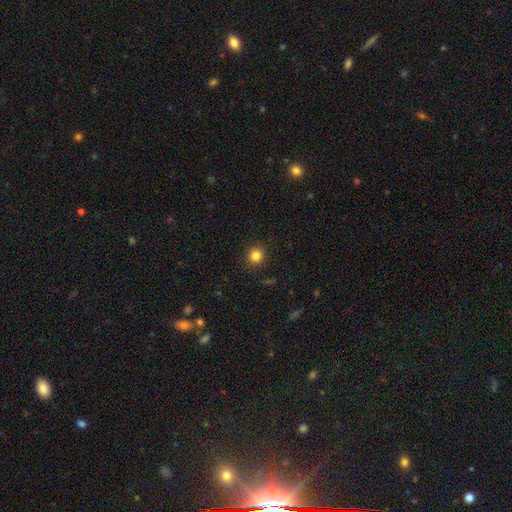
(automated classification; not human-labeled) This appears to be a smooth galaxy with no disk features (84%) that is round (90%). Merging: none (90%).